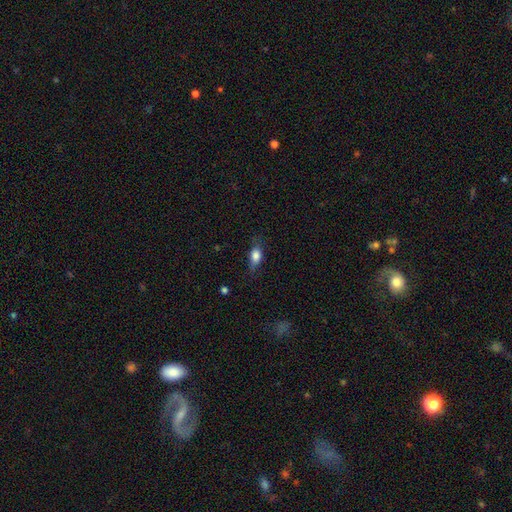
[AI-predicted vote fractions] Overall: smooth (79%). How rounded: in between (78%). Merging: none (67%).